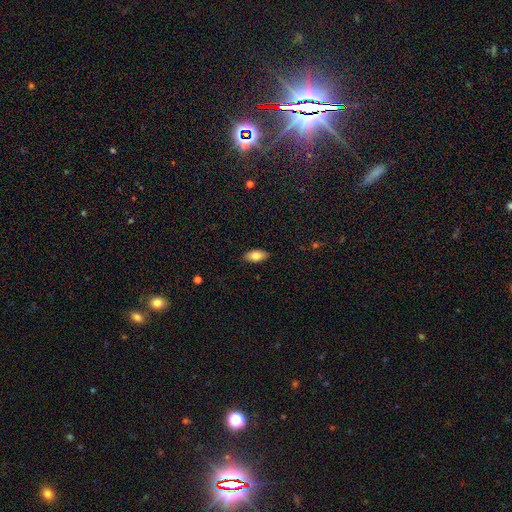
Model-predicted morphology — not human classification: This is likely a smooth galaxy (79%). How rounded: clearly in between (91%). Merging: clearly none (88%).